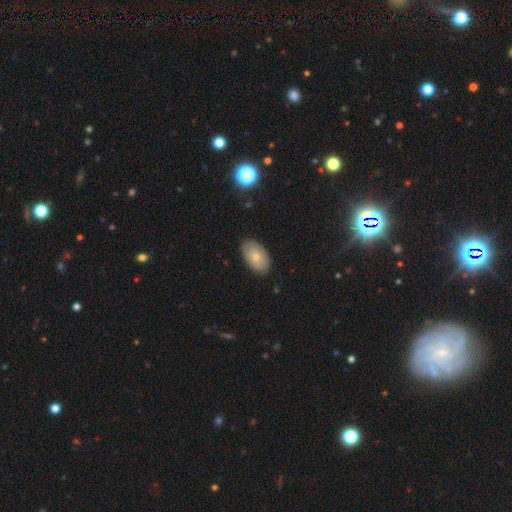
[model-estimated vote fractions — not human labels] Overall: smooth (73%). How rounded: in between (93%). Merging: none (84%).